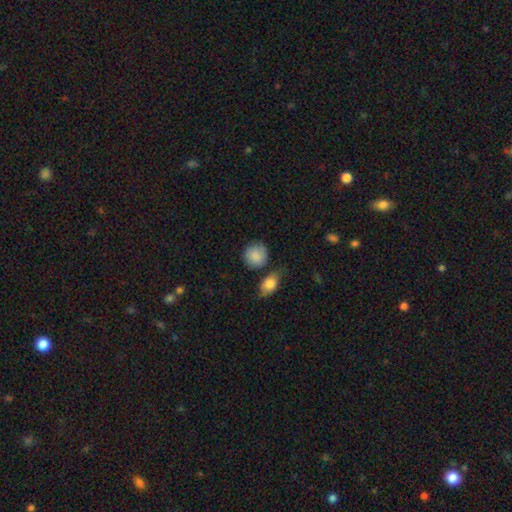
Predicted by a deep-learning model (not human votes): smooth-or-featured: smooth: 87% | featured or disk: 7% | star or artifact: 7%
  how-rounded: round: 86% | in between: 13% | cigar-shaped: 1%
  merging: none: 70% | minor disturbance: 16% | merger: 10% | major disturbance: 4%